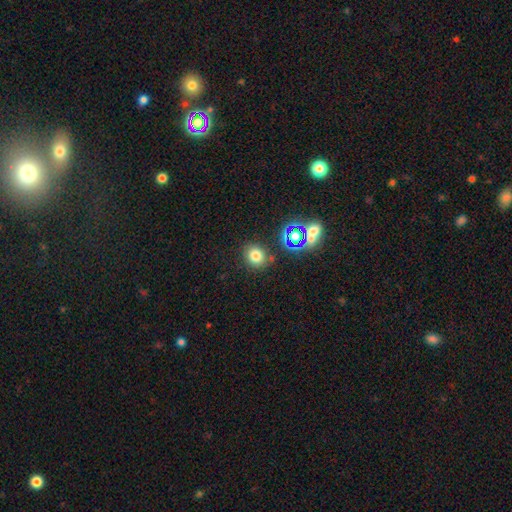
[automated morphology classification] This is likely a smooth galaxy (73%). How rounded: likely round (74%). Merging: likely none (79%).